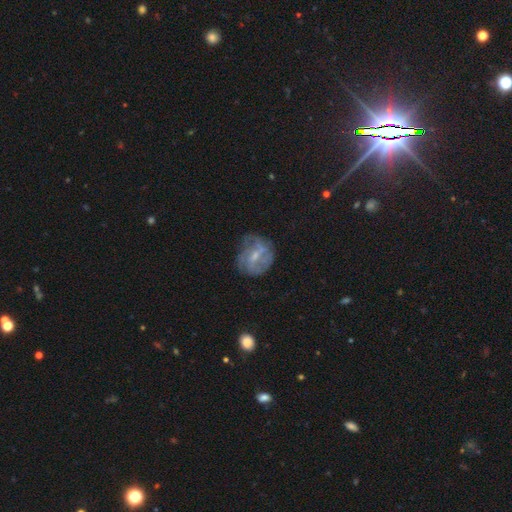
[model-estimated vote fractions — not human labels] The model was most divided on "bar": weak: 52%, no: 34%, strong: 14%. More confident: edge-on disk — no (97%); smooth or featured — featured or disk (65%); spiral arms — yes (64%); bulge size — small (61%); merging — none (60%).